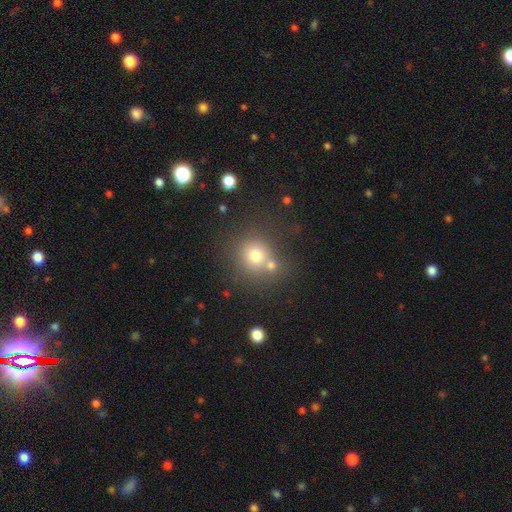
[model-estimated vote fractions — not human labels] smooth_or_featured: smooth (p=0.72) [alt: star or artifact p=0.15]
how_rounded: round (p=0.88) [alt: in between p=0.11]
merging: none (p=0.56) [alt: merger p=0.31]